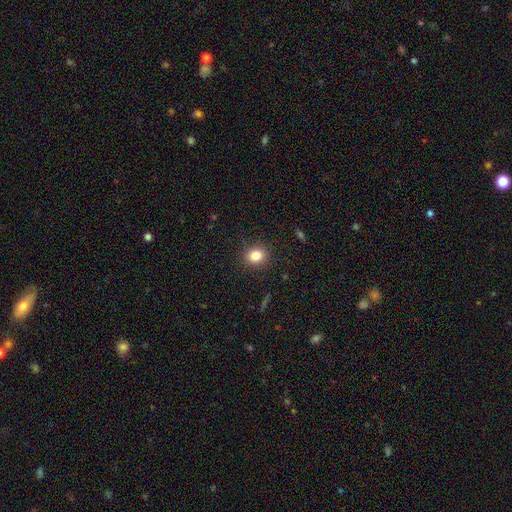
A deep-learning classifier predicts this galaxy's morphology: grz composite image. It shows a smooth galaxy with no disk features (83%) that is round (63%). Merging: none (88%).